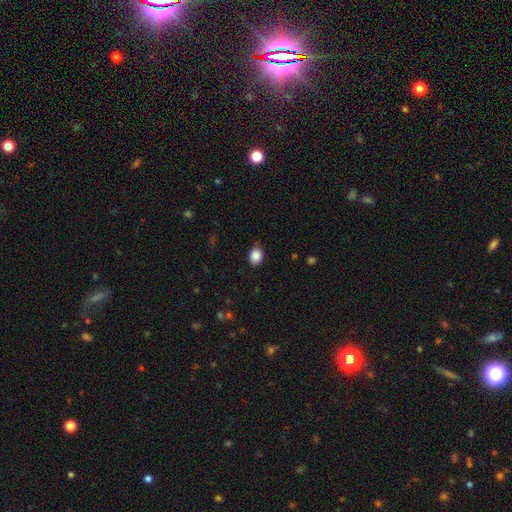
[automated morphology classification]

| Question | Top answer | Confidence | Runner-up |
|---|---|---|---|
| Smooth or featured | smooth | 87% | star or artifact (9%) |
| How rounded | in between | 54% | round (45%) |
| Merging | none | 80% | minor disturbance (16%) |